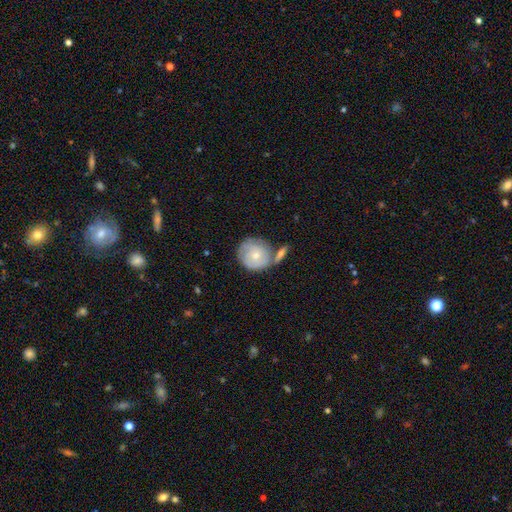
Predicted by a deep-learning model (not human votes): A smooth galaxy with no disk features (51%) that is round (86%). Merging: none (50%).